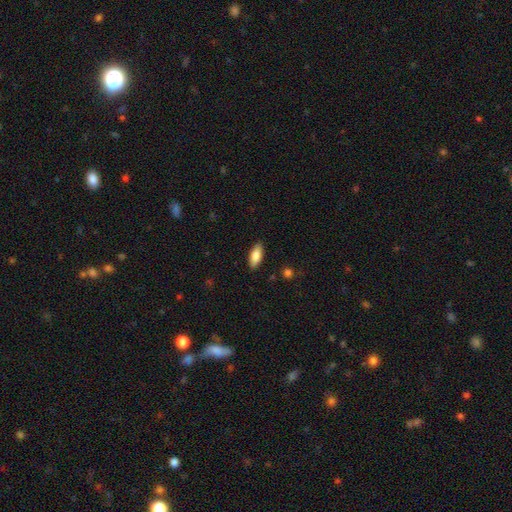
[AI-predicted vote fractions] Morphology: type=smooth (84%); roundness=in between (80%); merging=none (88%).